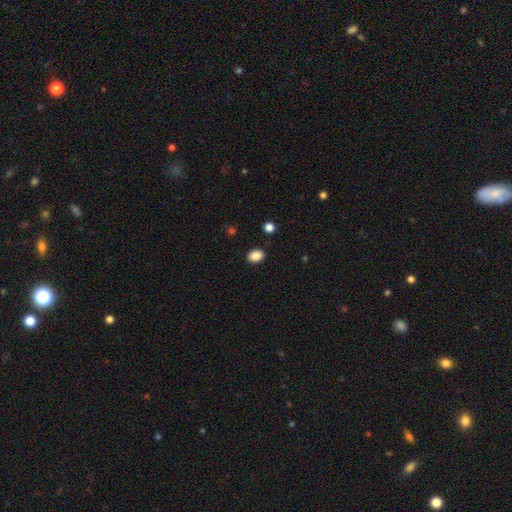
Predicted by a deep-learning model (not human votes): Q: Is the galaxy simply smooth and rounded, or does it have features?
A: smooth — 88%.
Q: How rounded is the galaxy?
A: in between — 67%.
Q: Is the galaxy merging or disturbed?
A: none — 87%.